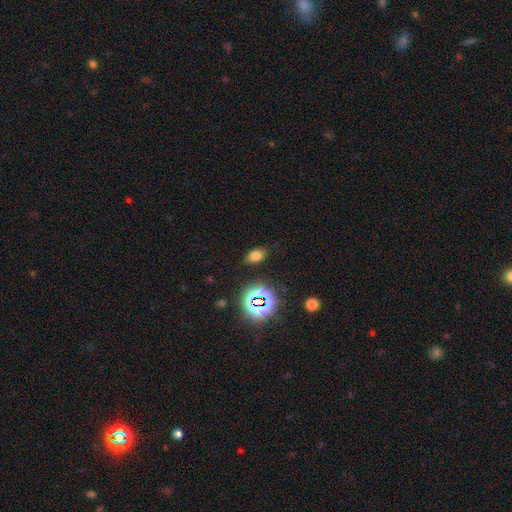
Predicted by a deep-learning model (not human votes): smooth 68%, star or artifact 22%, featured or disk 10%. Down the decision tree: how rounded — in between (81%); merging — none (82%).